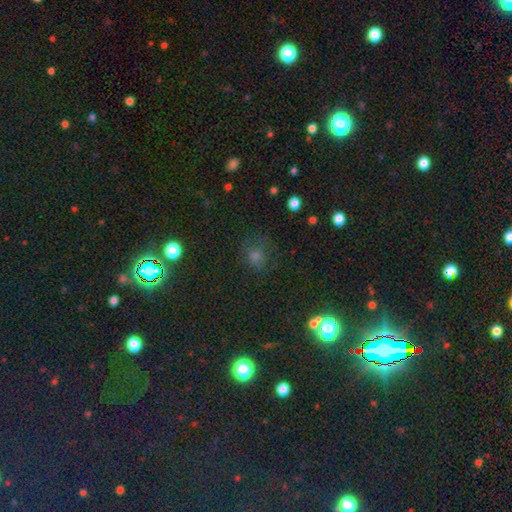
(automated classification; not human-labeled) This is possibly a smooth galaxy (55%). How rounded: clearly round (80%). Merging: likely none (74%).